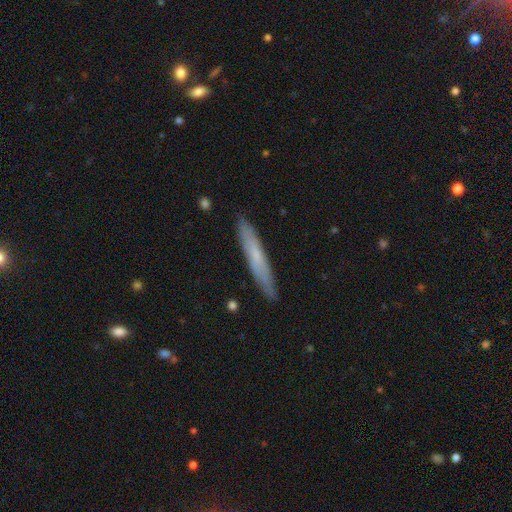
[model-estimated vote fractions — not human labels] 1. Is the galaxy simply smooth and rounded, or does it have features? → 57% smooth, 37% featured or disk, 6% star or artifact.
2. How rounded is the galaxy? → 94% cigar-shaped, 5% in between, 1% round.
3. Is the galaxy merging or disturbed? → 89% none, 9% minor disturbance, 2% major disturbance, 1% merger.